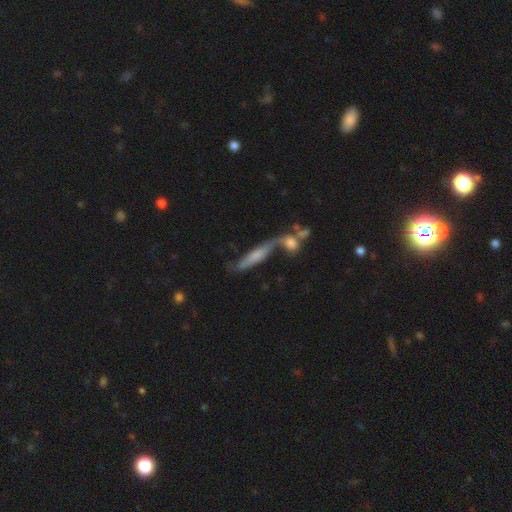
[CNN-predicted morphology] Q: Smooth or featured?
A: smooth (47%); runner-up: featured or disk (45%)
Q: Merging?
A: merger (40%); runner-up: none (35%)